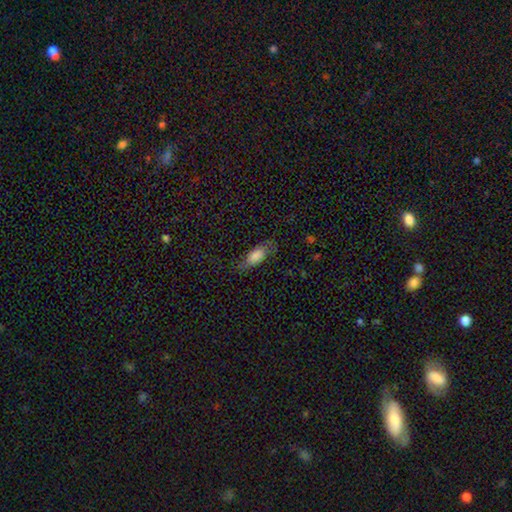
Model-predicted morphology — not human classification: A smooth galaxy with no disk features (73%) that is in between round and cigar-shaped (83%).

Vote fractions:
- Smooth or featured? smooth: 73% / featured or disk: 19% / star or artifact: 8%
- How rounded? in between: 83% / cigar-shaped: 14% / round: 3%
- Merging? none: 65% / minor disturbance: 23% / major disturbance: 10% / merger: 2%